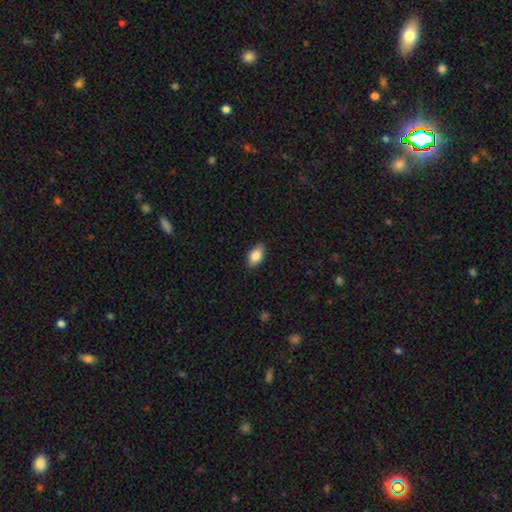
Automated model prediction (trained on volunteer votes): A smooth galaxy with no disk features (86%) that is in between round and cigar-shaped (92%). Merging: none (87%).